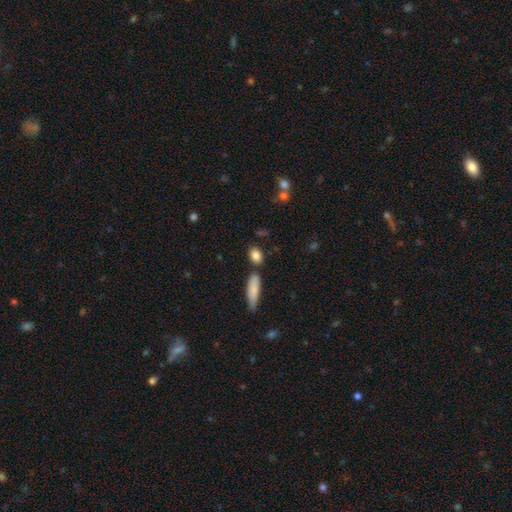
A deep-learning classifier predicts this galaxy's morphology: type=smooth (85%); roundness=in between (77%); merging=none (74%).